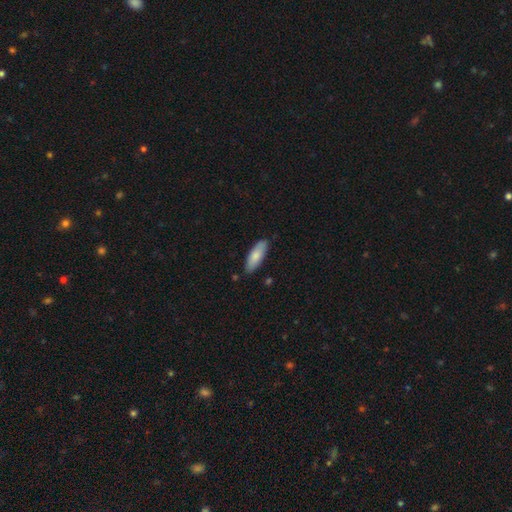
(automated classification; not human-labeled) smooth 81%, featured or disk 14%, star or artifact 6%. Down the decision tree: how rounded — in between (62%); merging — none (84%).